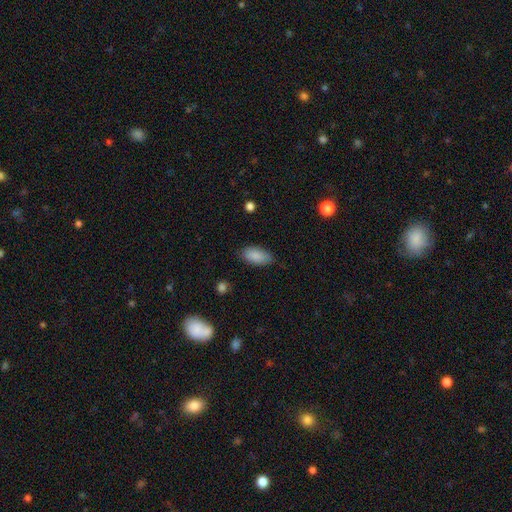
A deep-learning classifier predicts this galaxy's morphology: Smooth or featured? Predicted: smooth (p=0.86). How rounded? Predicted: in between (p=0.92). Merging? Predicted: none (p=0.79).